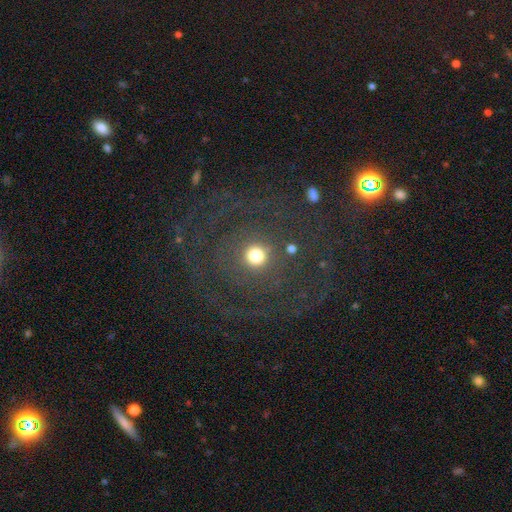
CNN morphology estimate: Smooth or featured: smooth — 52% (featured or disk — 27%)
How rounded: round — 91% (in between — 8%)
Merging: none — 74% (major disturbance — 12%)